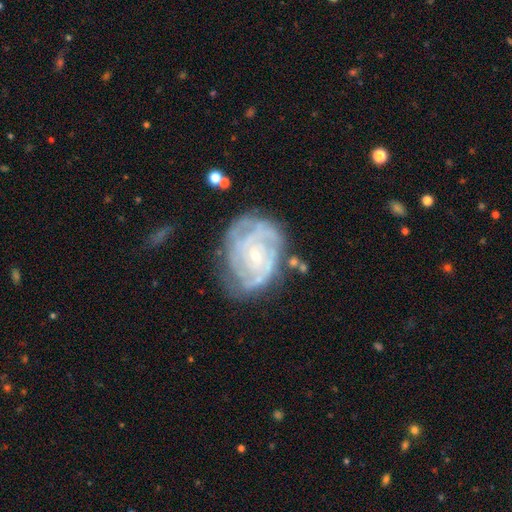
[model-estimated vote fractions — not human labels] featured or disk 86%, smooth 8%, star or artifact 6%. Down the decision tree: edge-on disk — no (97%); bar — no (67%); spiral arms — yes (94%); spiral arm count — can't tell (35%); spiral winding — tight (71%); bulge size — small (77%); merging — none (62%).